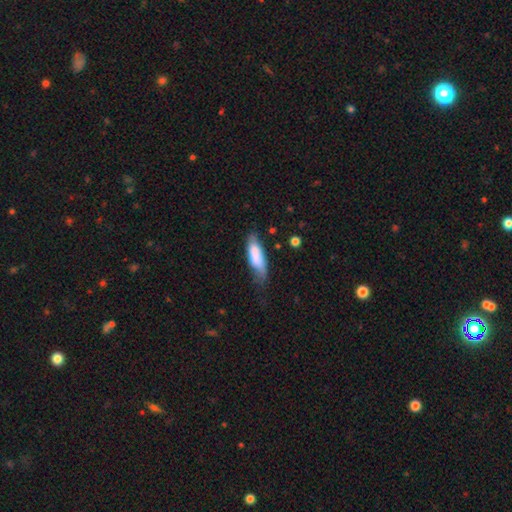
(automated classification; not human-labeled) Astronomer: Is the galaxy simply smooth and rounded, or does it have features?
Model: smooth — 76%.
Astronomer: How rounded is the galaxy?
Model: in between — 56% (runner-up: cigar-shaped, 43%).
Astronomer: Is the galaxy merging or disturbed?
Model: none — 48% (runner-up: minor disturbance, 36%).